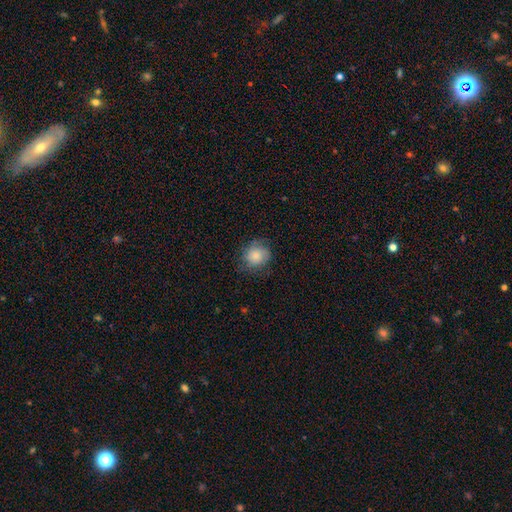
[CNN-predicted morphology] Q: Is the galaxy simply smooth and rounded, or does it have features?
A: smooth — 77%.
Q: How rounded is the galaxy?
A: round — 77%.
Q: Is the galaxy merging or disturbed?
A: none — 69%.